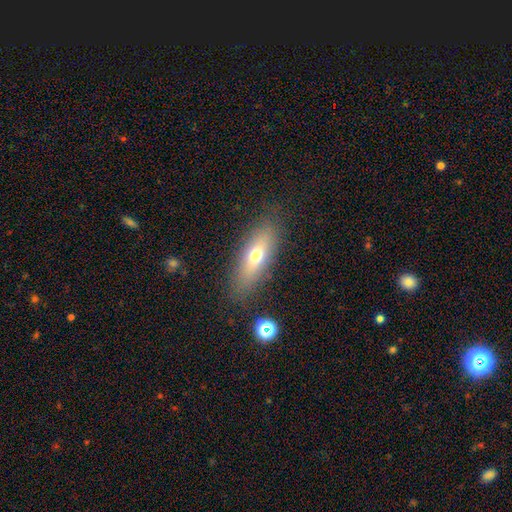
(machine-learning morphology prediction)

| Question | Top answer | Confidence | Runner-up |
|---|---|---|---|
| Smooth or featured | smooth | 63% | featured or disk (27%) |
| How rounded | in between | 61% | cigar-shaped (34%) |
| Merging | none | 82% | minor disturbance (11%) |